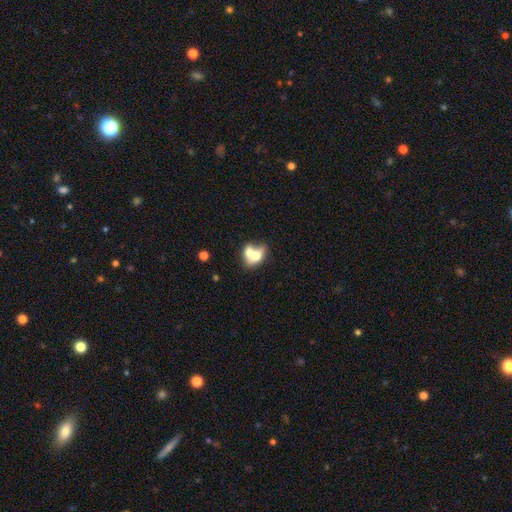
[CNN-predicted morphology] Overall: smooth (64%; featured or disk 28%). How rounded: in between (72%). Merging: merger (71%).